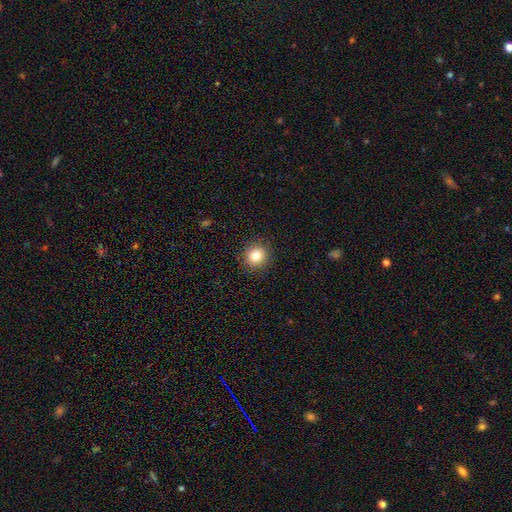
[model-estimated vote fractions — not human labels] Smooth or featured? Predicted: smooth (p=0.81). How rounded? Predicted: round (p=0.90). Merging? Predicted: none (p=0.91).